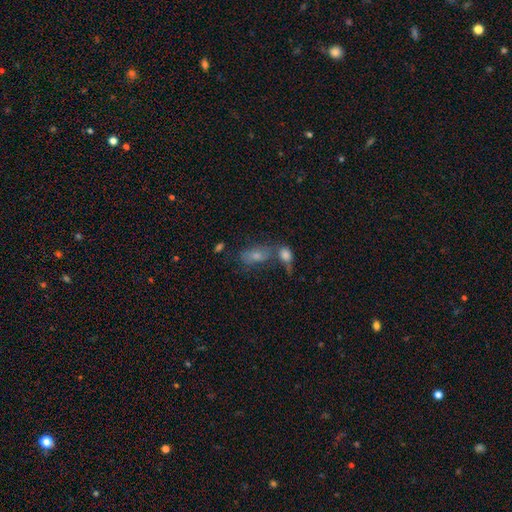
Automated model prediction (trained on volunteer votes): Smooth or featured?
  - smooth: 70% *
  - featured or disk: 20%
  - star or artifact: 10%
How rounded?
  - in between: 87% *
  - round: 8%
  - cigar-shaped: 5%
Merging?
  - none: 37% * (tied)
  - merger: 37% * (tied)
  - minor disturbance: 16%
  - major disturbance: 10%